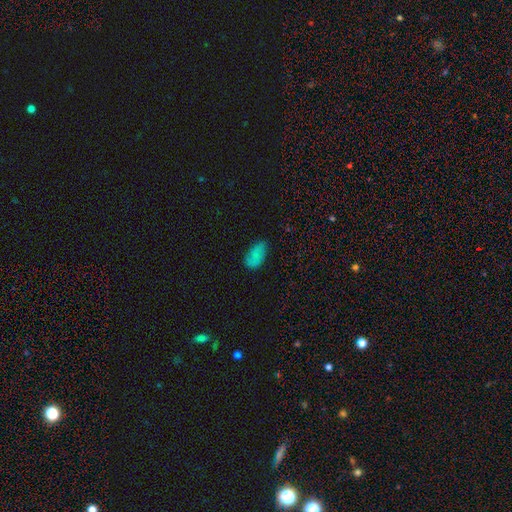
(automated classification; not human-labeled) A smooth galaxy with no disk features (76%) that is in between round and cigar-shaped (94%). Merging: none (70%).